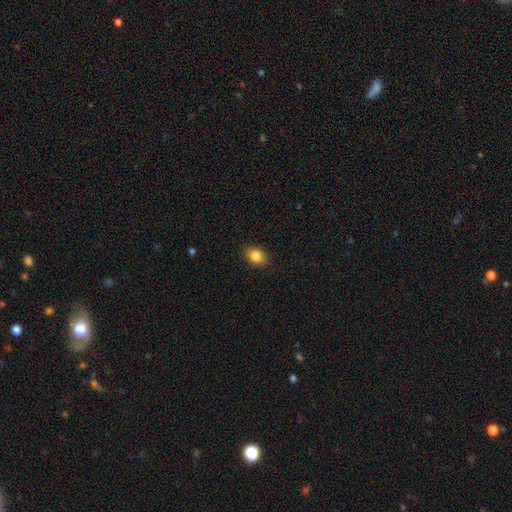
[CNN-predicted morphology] type=smooth (85%); roundness=in between (70%); merging=none (89%).